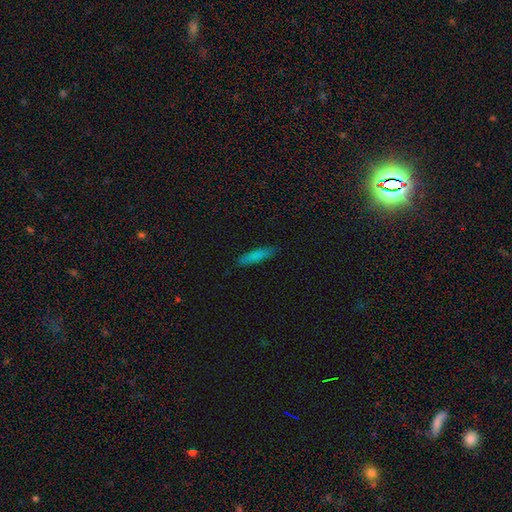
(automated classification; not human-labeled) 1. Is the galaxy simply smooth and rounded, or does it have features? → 80% smooth, 12% featured or disk, 8% star or artifact.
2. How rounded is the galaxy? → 80% cigar-shaped, 18% in between, 2% round.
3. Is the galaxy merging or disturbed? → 88% none, 9% minor disturbance, 2% major disturbance, 1% merger.